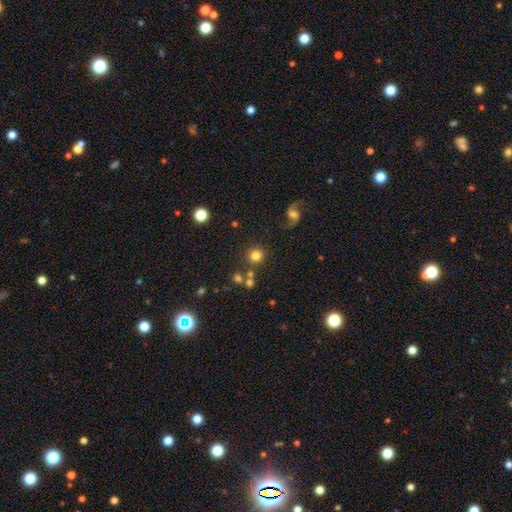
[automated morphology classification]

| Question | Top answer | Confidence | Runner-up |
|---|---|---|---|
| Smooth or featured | smooth | 79% | star or artifact (11%) |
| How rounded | round | 93% | in between (6%) |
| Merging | none | 80% | merger (9%) |